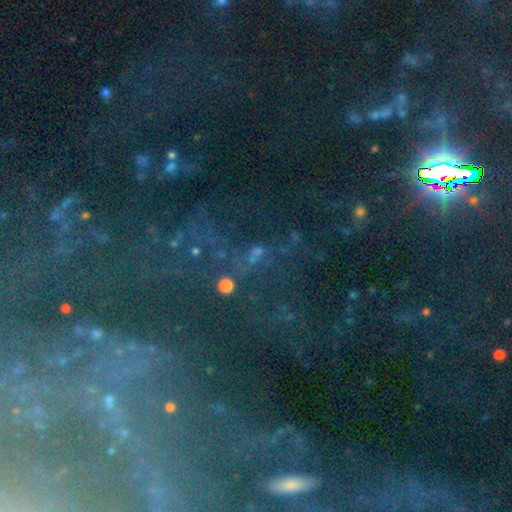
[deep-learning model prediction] smooth_or_featured: star or artifact (p=0.66) [alt: smooth p=0.19]